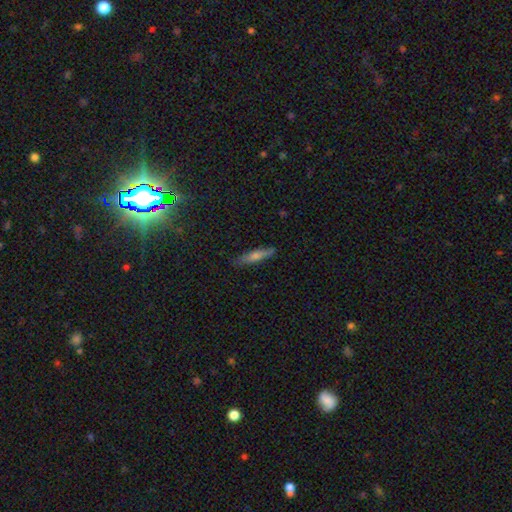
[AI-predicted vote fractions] This is possibly a smooth galaxy (52%). How rounded: clearly cigar-shaped (86%). Merging: clearly none (85%).